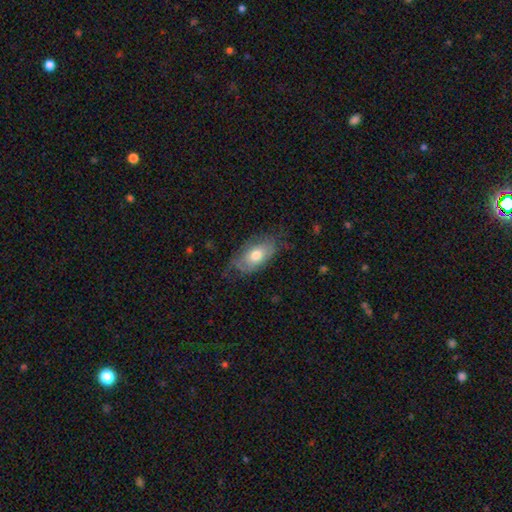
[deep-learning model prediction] Smooth or featured? smooth (60%)
How rounded? in between (91%)
Merging? none (56%)